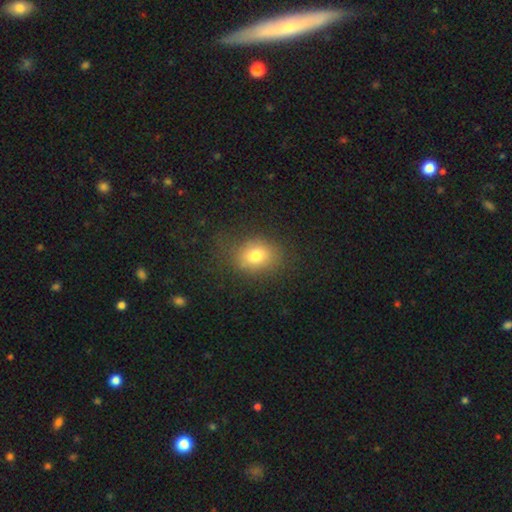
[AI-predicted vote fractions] This appears to be a smooth galaxy with no disk features (76%) that is round (50%). Merging: none (72%).